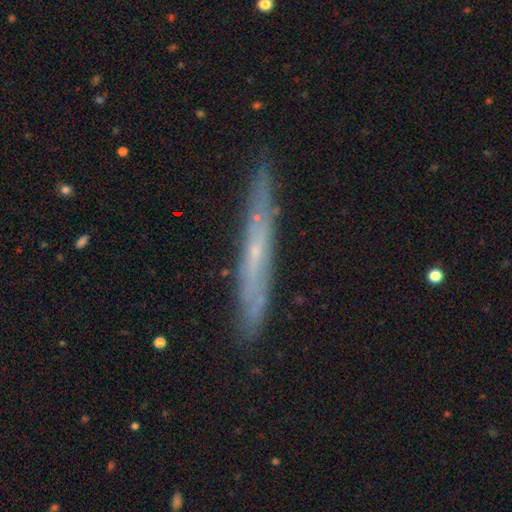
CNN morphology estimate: Smooth or featured?
  - featured or disk: 61% *
  - smooth: 31%
  - star or artifact: 7%
Edge-on disk?
  - yes: 87% *
  - no: 13%
Edge-on bulge?
  - none: 69% *
  - rounded: 28%
  - boxy: 3%
Merging?
  - none: 87% *
  - minor disturbance: 11%
  - major disturbance: 2%
  - merger: 1%